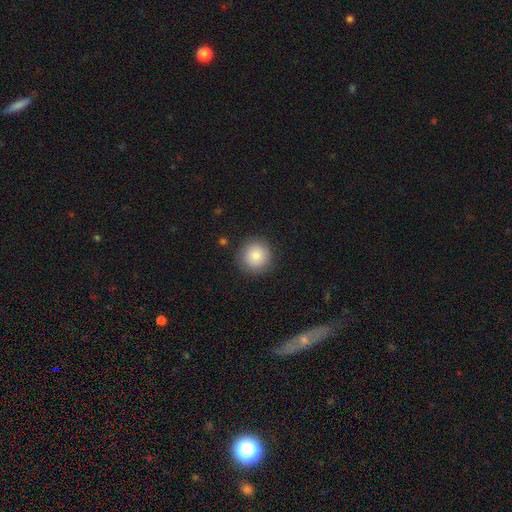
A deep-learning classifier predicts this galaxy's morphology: Smooth or featured: smooth — 86% (star or artifact — 8%)
How rounded: round — 94% (in between — 5%)
Merging: none — 89% (minor disturbance — 8%)